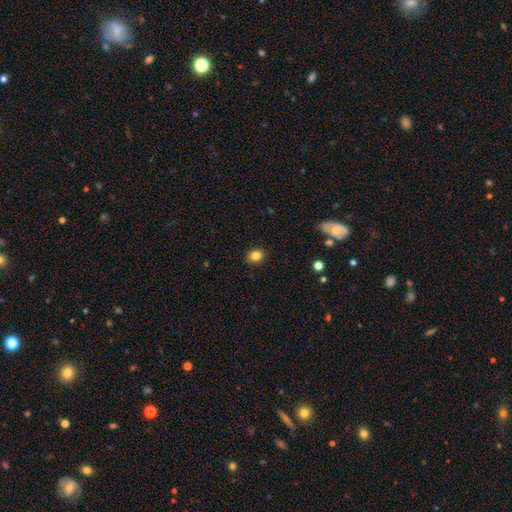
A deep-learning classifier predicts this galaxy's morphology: Smooth or featured?
  - smooth: 83% *
  - star or artifact: 11%
  - featured or disk: 6%
How rounded?
  - round: 64% *
  - in between: 35%
  - cigar-shaped: 1%
Merging?
  - none: 90% *
  - minor disturbance: 7%
  - major disturbance: 2%
  - merger: 1%